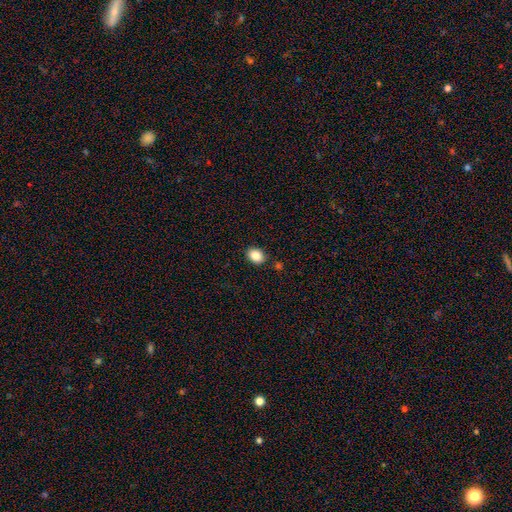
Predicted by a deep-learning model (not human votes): This appears to be a smooth galaxy with no disk features (86%) that is in between round and cigar-shaped (62%). Merging: none (86%).